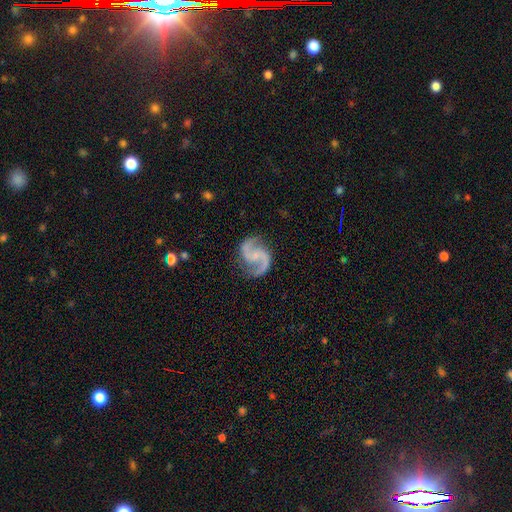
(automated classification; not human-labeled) The model was most divided on "bar": no: 51%, weak: 37%, strong: 11%. More confident: edge-on disk — no (99%); spiral arms — yes (98%); spiral arm count — 2 (95%); smooth or featured — featured or disk (93%); merging — none (83%); spiral winding — medium (56%); bulge size — small (50%).